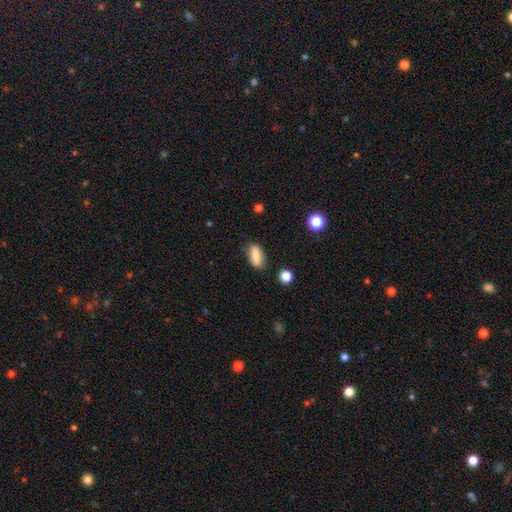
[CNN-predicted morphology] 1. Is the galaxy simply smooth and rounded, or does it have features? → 77% smooth, 15% featured or disk, 8% star or artifact.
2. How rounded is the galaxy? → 68% in between, 27% cigar-shaped, 5% round.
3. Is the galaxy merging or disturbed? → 80% none, 14% minor disturbance, 4% major disturbance, 2% merger.